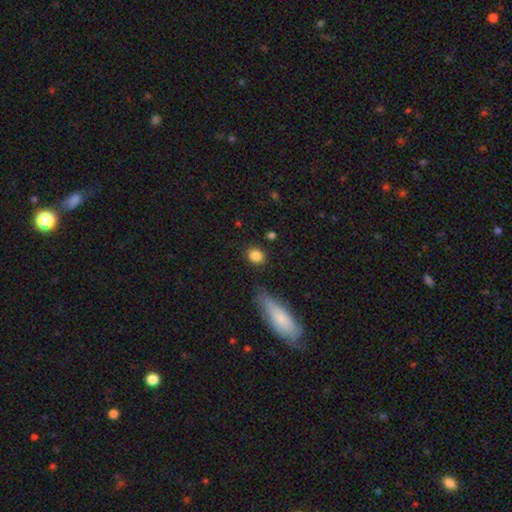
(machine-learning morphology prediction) This appears to be a smooth galaxy with no disk features (86%) that is round (71%). Merging: none (84%).